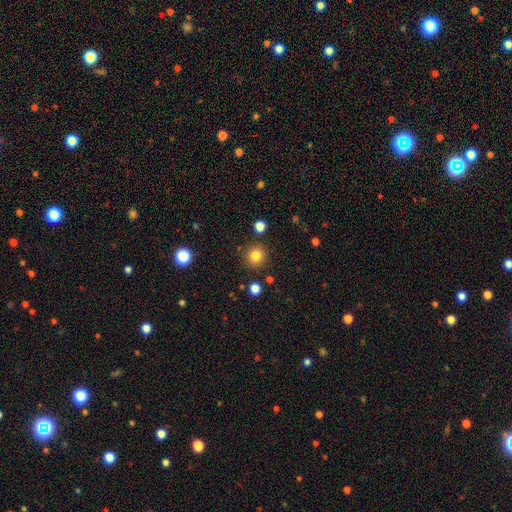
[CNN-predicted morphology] Smooth or featured? Predicted: smooth (p=0.83). How rounded? Predicted: round (p=0.92). Merging? Predicted: none (p=0.89).